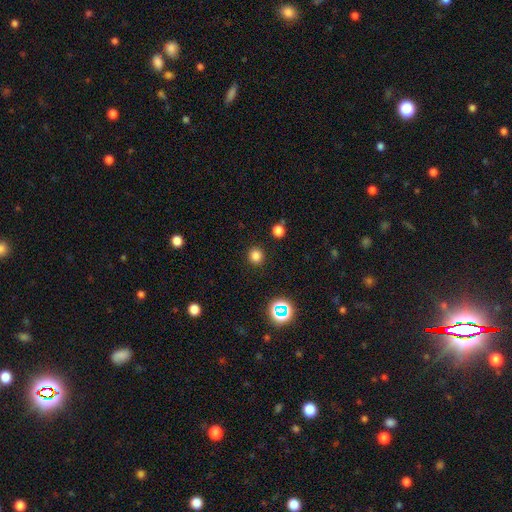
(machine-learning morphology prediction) smooth_or_featured: smooth (p=0.80) [alt: star or artifact p=0.16]
how_rounded: round (p=0.91) [alt: in between p=0.08]
merging: none (p=0.90) [alt: minor disturbance p=0.06]